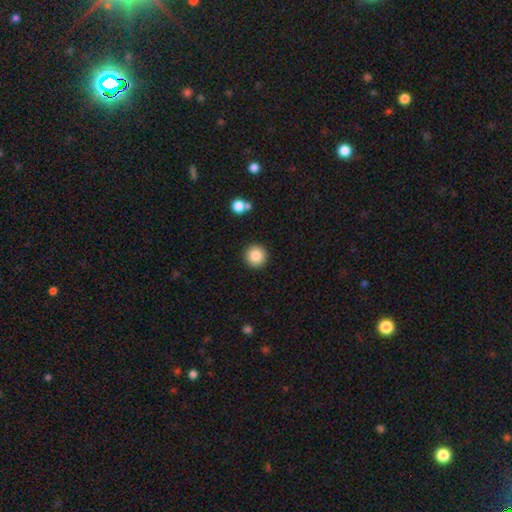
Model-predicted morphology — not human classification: Q: Smooth or featured?
A: smooth (85%); runner-up: star or artifact (9%)
Q: How rounded?
A: round (96%); runner-up: in between (3%)
Q: Merging?
A: none (91%); runner-up: minor disturbance (5%)